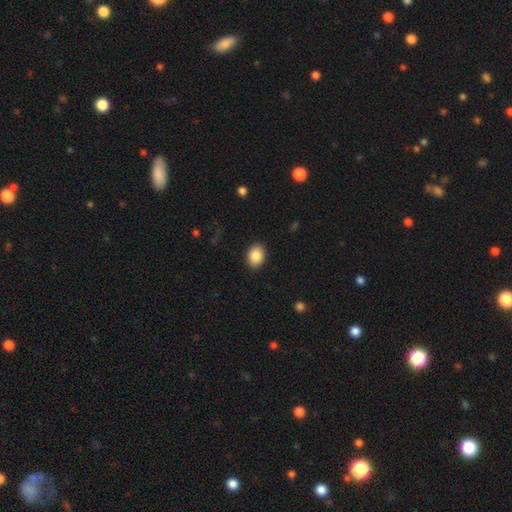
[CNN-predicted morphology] Smooth or featured? smooth (88%)
How rounded? in between (68%)
Merging? none (90%)